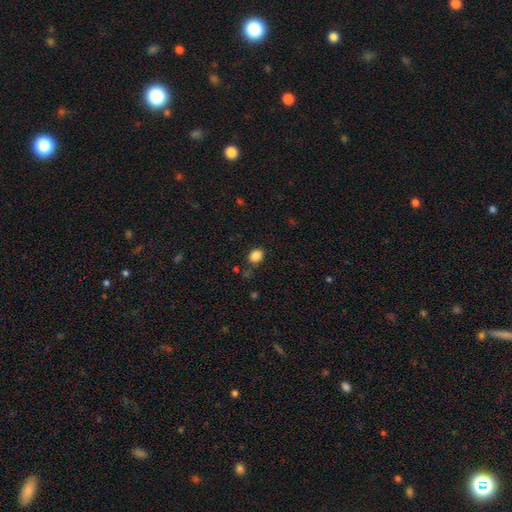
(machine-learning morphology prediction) Smooth or featured?
  - smooth: 85% *
  - star or artifact: 11%
  - featured or disk: 4%
How rounded?
  - in between: 51% *
  - round: 48%
  - cigar-shaped: 1%
Merging?
  - none: 81% *
  - minor disturbance: 12%
  - major disturbance: 4%
  - merger: 3%